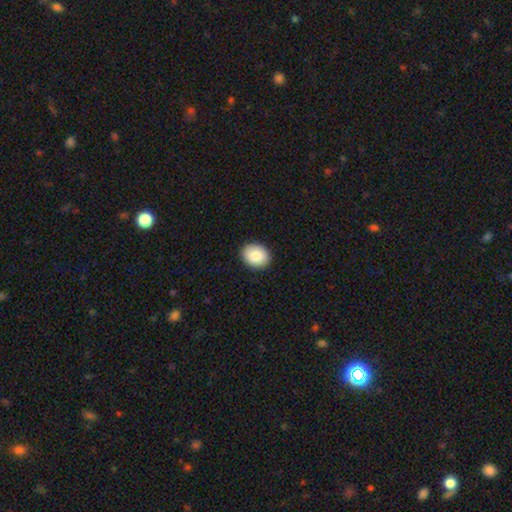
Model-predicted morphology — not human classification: Overall: smooth (88%). How rounded: in between (56%; round 43%). Merging: none (90%).